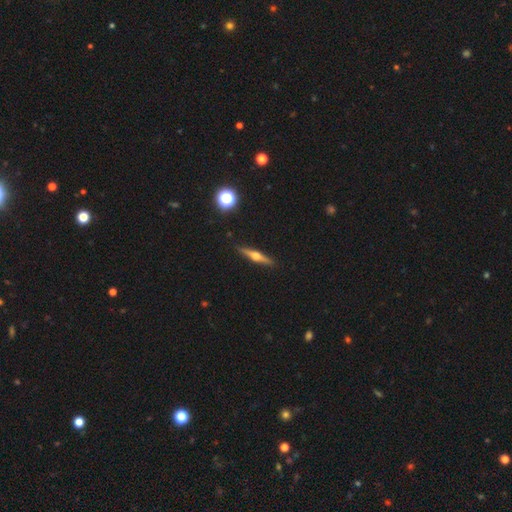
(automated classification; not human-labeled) Q: Smooth or featured?
A: featured or disk (68%); runner-up: smooth (25%)
Q: Edge-on disk?
A: yes (97%); runner-up: no (3%)
Q: Edge-on bulge?
A: rounded (92%); runner-up: boxy (5%)
Q: Merging?
A: none (90%); runner-up: minor disturbance (7%)